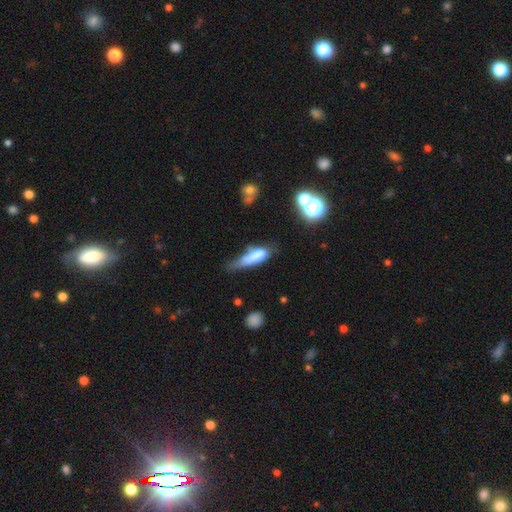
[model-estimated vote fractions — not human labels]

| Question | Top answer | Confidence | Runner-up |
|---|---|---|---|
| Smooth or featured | smooth | 69% | featured or disk (21%) |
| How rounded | cigar-shaped | 54% | in between (44%) |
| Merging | minor disturbance | 38% | none (27%) |